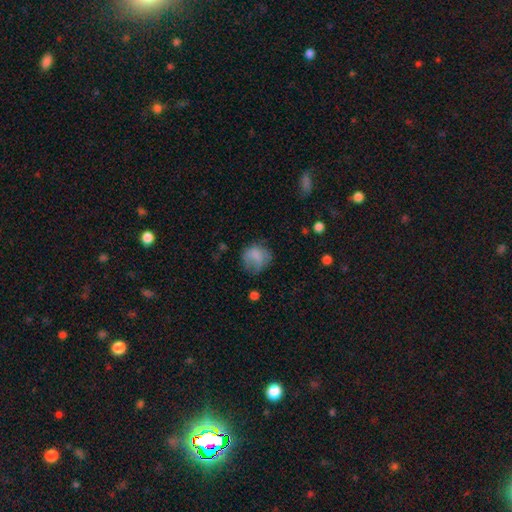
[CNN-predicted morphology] Q: Smooth or featured?
A: smooth (72%); runner-up: featured or disk (18%)
Q: How rounded?
A: round (74%); runner-up: in between (25%)
Q: Merging?
A: none (51%); runner-up: minor disturbance (27%)